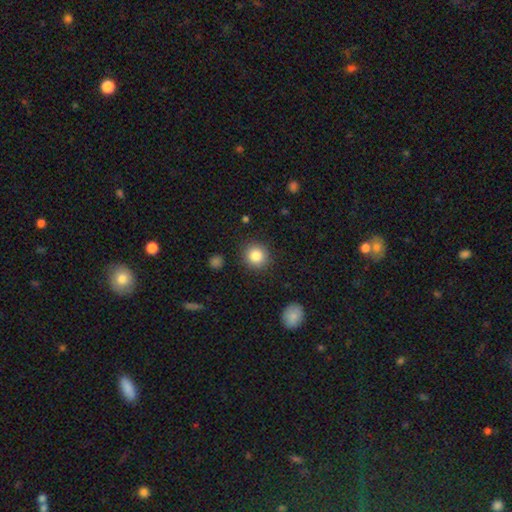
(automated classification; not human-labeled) Morphology: type=smooth (84%); roundness=round (92%); merging=none (89%).